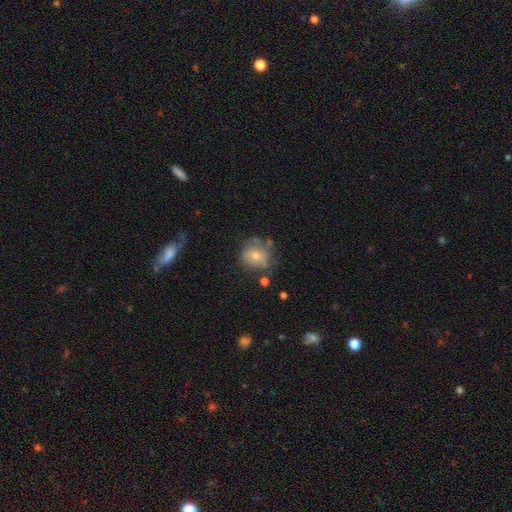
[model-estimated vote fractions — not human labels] A smooth galaxy with no disk features (63%) that is round (82%). Merging: none (59%).